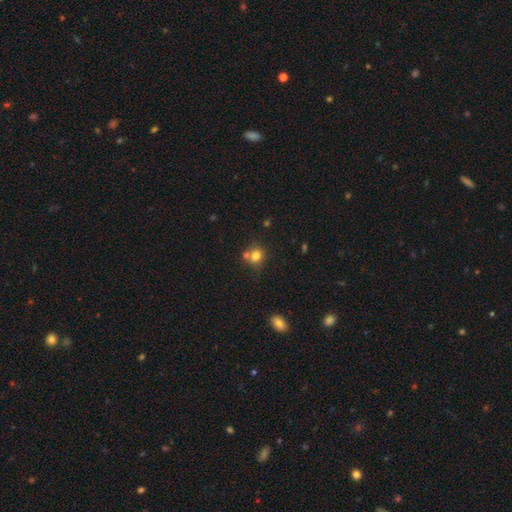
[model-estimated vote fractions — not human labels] Smooth or featured?
  - smooth: 77% *
  - star or artifact: 13%
  - featured or disk: 10%
How rounded?
  - round: 75% *
  - in between: 24%
  - cigar-shaped: 1%
Merging?
  - none: 53% *
  - merger: 32%
  - minor disturbance: 11%
  - major disturbance: 4%